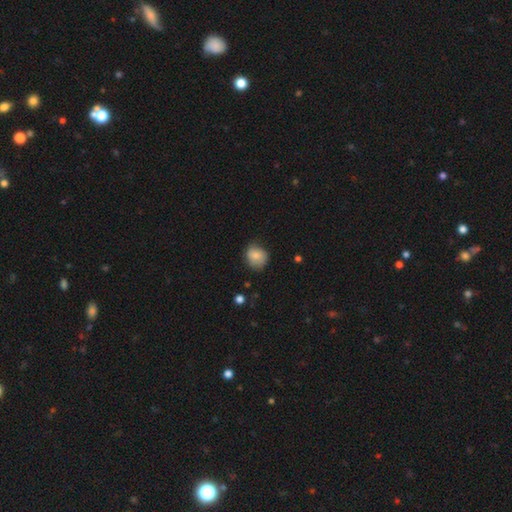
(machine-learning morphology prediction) Smooth or featured? smooth (81%)
How rounded? round (68%)
Merging? none (66%)